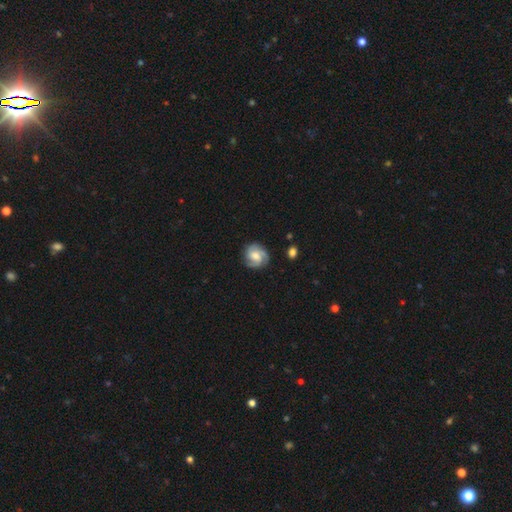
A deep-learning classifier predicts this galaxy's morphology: Q: Smooth or featured?
A: featured or disk (73%); runner-up: smooth (20%)
Q: Edge-on disk?
A: no (98%); runner-up: yes (2%)
Q: Bar?
A: no (56%); runner-up: weak (37%)
Q: Spiral arms?
A: yes (95%); runner-up: no (5%)
Q: Spiral winding?
A: tight (50%); runner-up: medium (39%)
Q: Spiral arm count?
A: 3 (54%); runner-up: 2 (19%)
Q: Bulge size?
A: moderate (59%); runner-up: small (23%)
Q: Merging?
A: none (78%); runner-up: minor disturbance (15%)